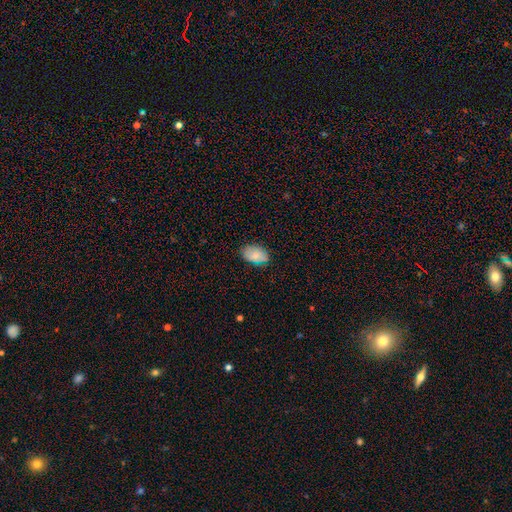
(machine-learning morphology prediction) smooth_or_featured: smooth (p=0.78) [alt: featured or disk p=0.14]
how_rounded: in between (p=0.90) [alt: round p=0.09]
merging: none (p=0.82) [alt: minor disturbance p=0.14]